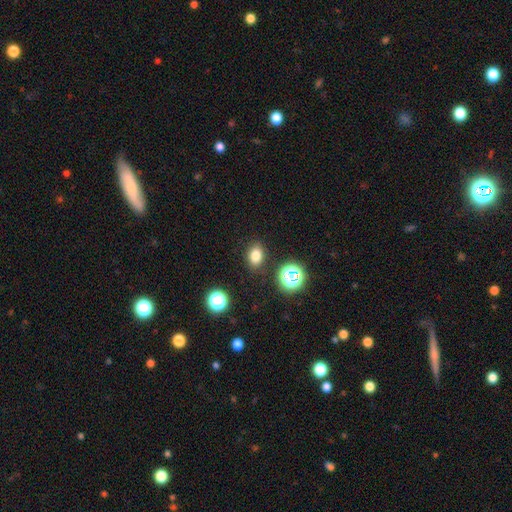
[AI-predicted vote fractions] smooth_or_featured: smooth (p=0.77) [alt: star or artifact p=0.16]
how_rounded: in between (p=0.68) [alt: round p=0.31]
merging: none (p=0.86) [alt: minor disturbance p=0.09]